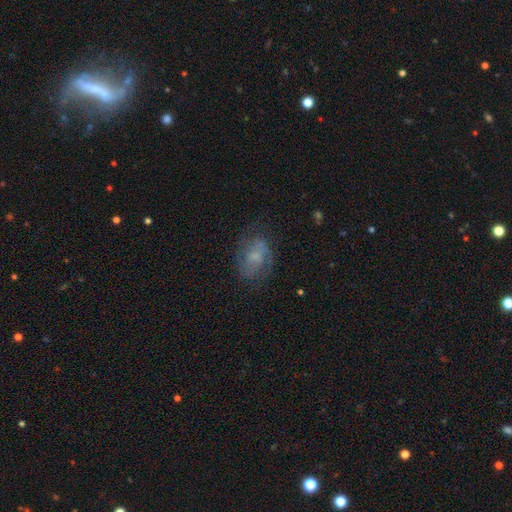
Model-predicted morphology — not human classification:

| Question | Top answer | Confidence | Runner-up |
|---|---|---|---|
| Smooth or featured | featured or disk | 52% | smooth (38%) |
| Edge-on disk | no | 97% | yes (3%) |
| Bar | no | 62% | weak (32%) |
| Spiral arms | yes | 73% | no (27%) |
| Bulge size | small | 37% | none (30%) |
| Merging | none | 62% | minor disturbance (22%) |